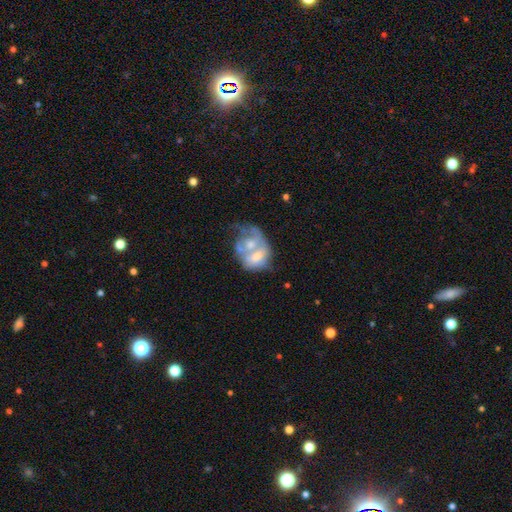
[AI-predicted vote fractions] Smooth or featured: featured or disk — 55% (smooth — 37%)
Edge-on disk: no — 97% (yes — 3%)
Bar: no — 78% (weak — 17%)
Spiral arms: no — 73% (yes — 27%)
Bulge size: moderate — 51% (small — 20%)
Merging: merger — 54% (major disturbance — 19%)